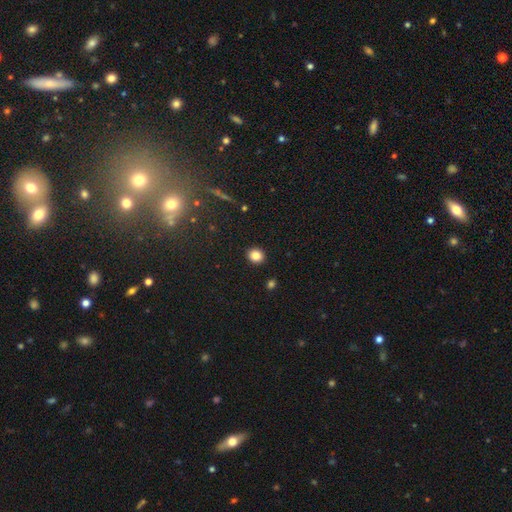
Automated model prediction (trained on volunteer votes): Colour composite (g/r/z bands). It shows a smooth galaxy with no disk features (84%) that is round (76%). Merging: none (92%).